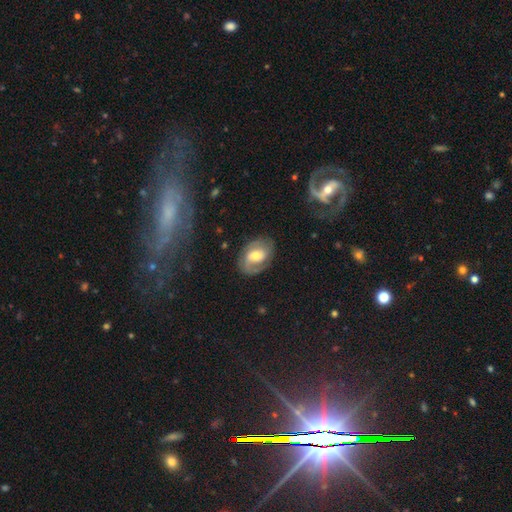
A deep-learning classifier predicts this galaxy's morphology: This is likely a featured or disk galaxy (68%). It is clearly not viewed edge-on (96%). Bar: marginally weak (44%). Spiral arm pattern: clearly yes (85%). Spiral arm count: likely 2 (67%). Spiral winding: marginally medium (43%). Central bulge: likely moderate (65%). Merging: likely none (75%).